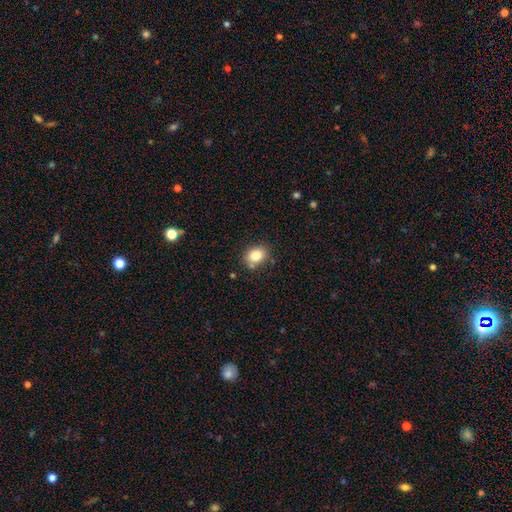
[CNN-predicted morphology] Smooth or featured?
  - smooth: 84% *
  - star or artifact: 10%
  - featured or disk: 6%
How rounded?
  - in between: 58% *
  - round: 41%
  - cigar-shaped: 1%
Merging?
  - none: 77% *
  - minor disturbance: 15%
  - merger: 5%
  - major disturbance: 4%